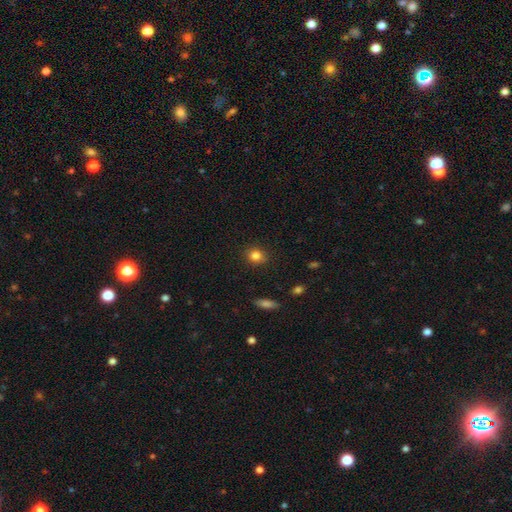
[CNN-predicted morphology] Q: Smooth or featured?
A: smooth (83%); runner-up: star or artifact (11%)
Q: How rounded?
A: round (72%); runner-up: in between (27%)
Q: Merging?
A: none (89%); runner-up: minor disturbance (8%)